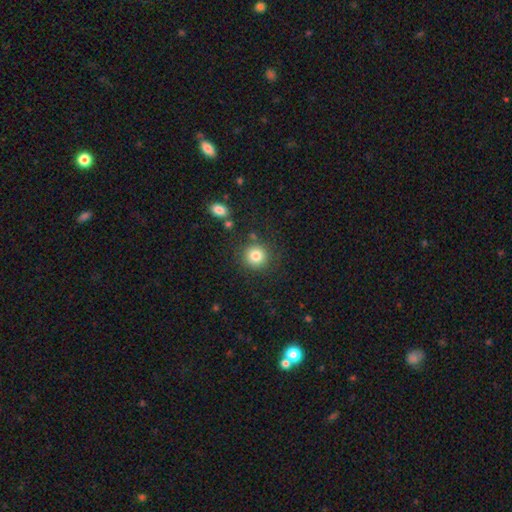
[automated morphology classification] A smooth galaxy with no disk features (82%) that is round (92%).

Vote fractions:
- Smooth or featured? smooth: 82% / star or artifact: 11% / featured or disk: 7%
- How rounded? round: 92% / in between: 7% / cigar-shaped: 1%
- Merging? none: 83% / minor disturbance: 9% / merger: 4% / major disturbance: 4%